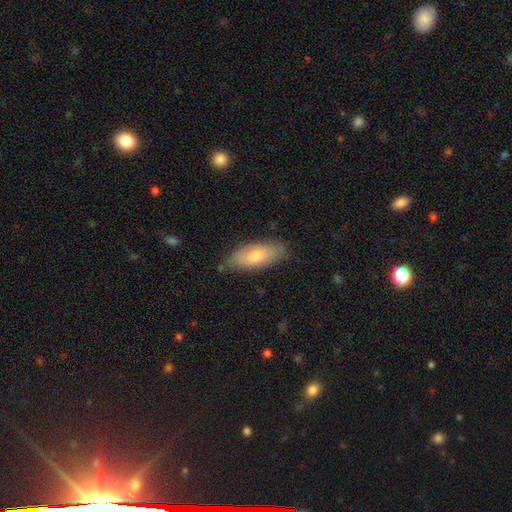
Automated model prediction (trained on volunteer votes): This is likely a smooth galaxy (72%). How rounded: likely in between (74%). Merging: clearly none (80%).